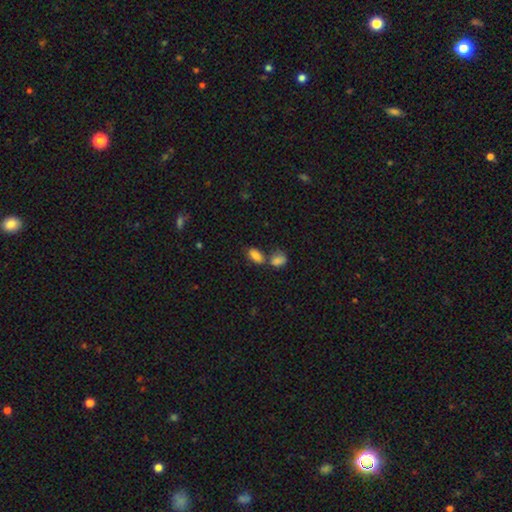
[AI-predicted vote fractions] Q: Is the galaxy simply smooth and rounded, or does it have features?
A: smooth — 82%.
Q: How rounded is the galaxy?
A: in between — 89%.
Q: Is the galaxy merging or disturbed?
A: none — 47%.